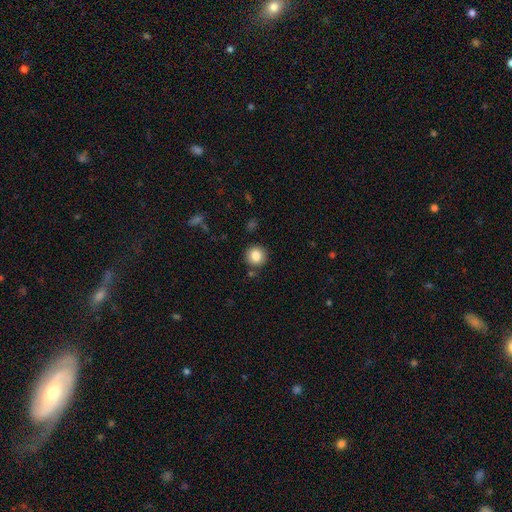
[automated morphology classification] Overall: smooth (84%). How rounded: round (93%). Merging: none (87%).